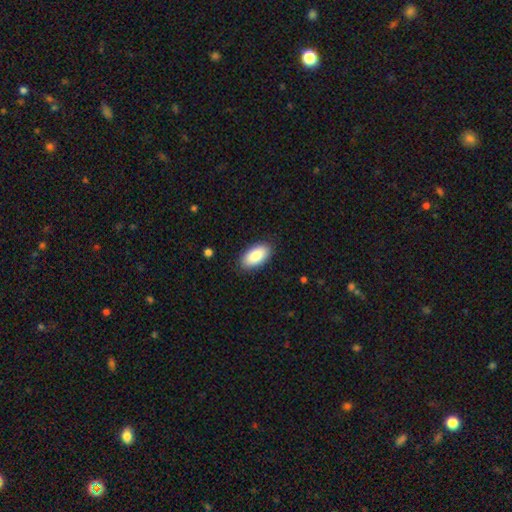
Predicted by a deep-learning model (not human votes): Smooth or featured? smooth (88%)
How rounded? in between (95%)
Merging? none (88%)